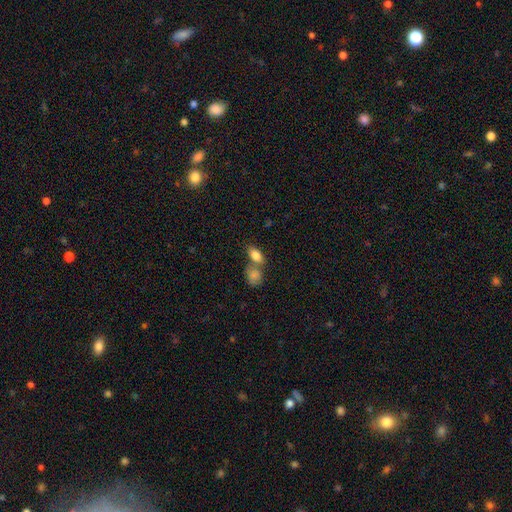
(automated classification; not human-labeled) Overall: smooth (82%). How rounded: in between (86%). Merging: none (44%; merger 42%).